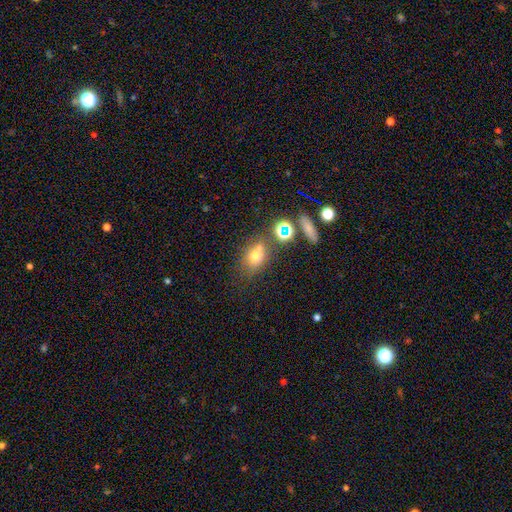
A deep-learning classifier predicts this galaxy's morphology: smooth 67%, star or artifact 19%, featured or disk 15%. Down the decision tree: how rounded — in between (55%); merging — none (55%).